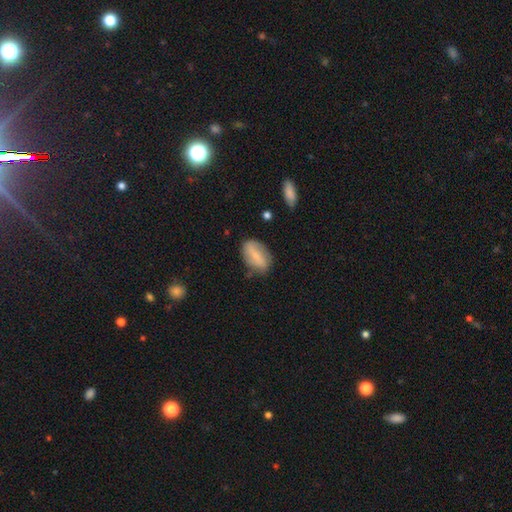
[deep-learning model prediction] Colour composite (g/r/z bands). It shows a smooth galaxy with no disk features (61%) that is in between round and cigar-shaped (87%). Merging: none (68%).